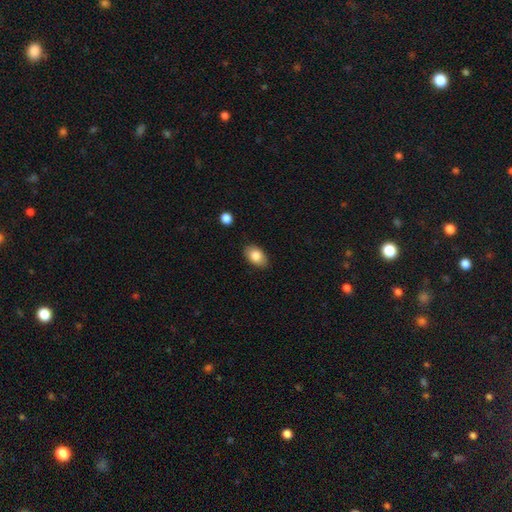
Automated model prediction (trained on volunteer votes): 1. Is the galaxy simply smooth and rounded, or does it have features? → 84% smooth, 8% featured or disk, 8% star or artifact.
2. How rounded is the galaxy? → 89% in between, 10% round, 1% cigar-shaped.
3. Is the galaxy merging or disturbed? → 85% none, 11% minor disturbance, 2% major disturbance, 1% merger.